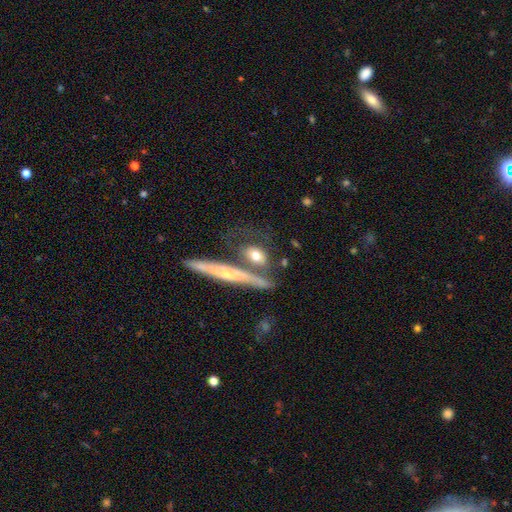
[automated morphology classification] Smooth or featured? Predicted: smooth (p=0.63). How rounded? Predicted: in between (p=0.47). Merging? Predicted: none (p=0.51).